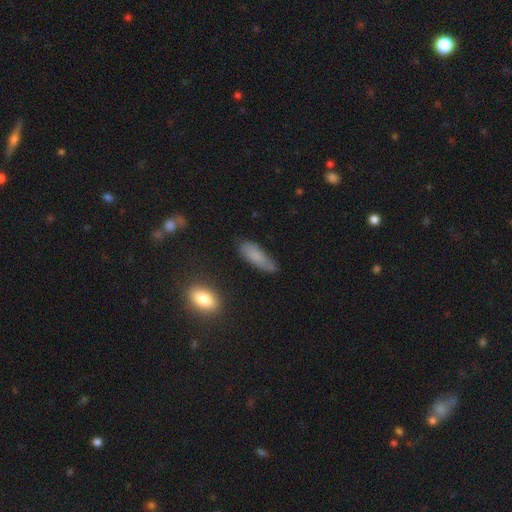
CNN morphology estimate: A smooth galaxy with no disk features (77%) that is in between round and cigar-shaped (54%).

Vote fractions:
- Smooth or featured? smooth: 77% / featured or disk: 15% / star or artifact: 8%
- How rounded? in between: 54% / cigar-shaped: 43% / round: 3%
- Merging? none: 68% / minor disturbance: 24% / major disturbance: 6% / merger: 3%